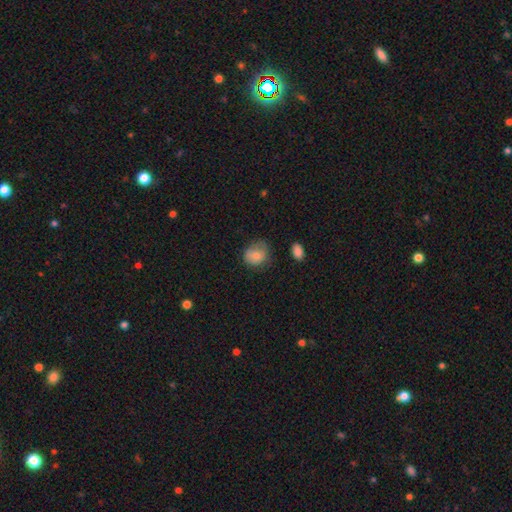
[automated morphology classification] Overall: smooth (79%). How rounded: round (62%; in between 37%). Merging: none (56%; minor disturbance 30%).